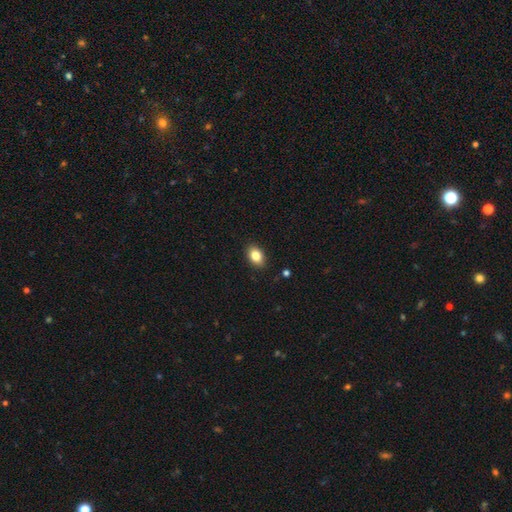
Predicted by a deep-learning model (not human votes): Q: Smooth or featured?
A: smooth (84%); runner-up: star or artifact (8%)
Q: How rounded?
A: in between (83%); runner-up: round (16%)
Q: Merging?
A: none (89%); runner-up: minor disturbance (8%)